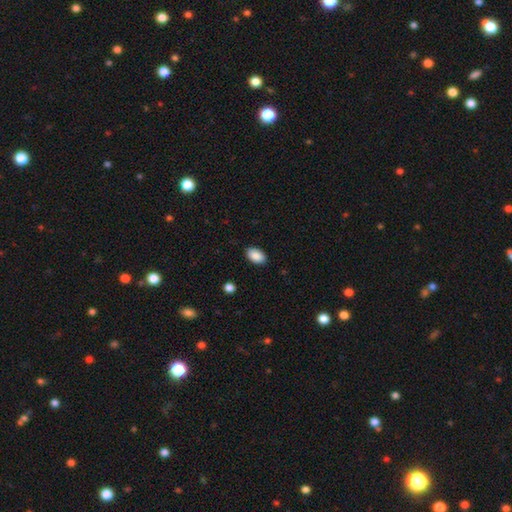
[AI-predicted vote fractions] A smooth galaxy with no disk features (89%) that is in between round and cigar-shaped (92%).

Vote fractions:
- Smooth or featured? smooth: 89% / star or artifact: 7% / featured or disk: 4%
- How rounded? in between: 92% / round: 6% / cigar-shaped: 1%
- Merging? none: 88% / minor disturbance: 8% / major disturbance: 2% / merger: 1%